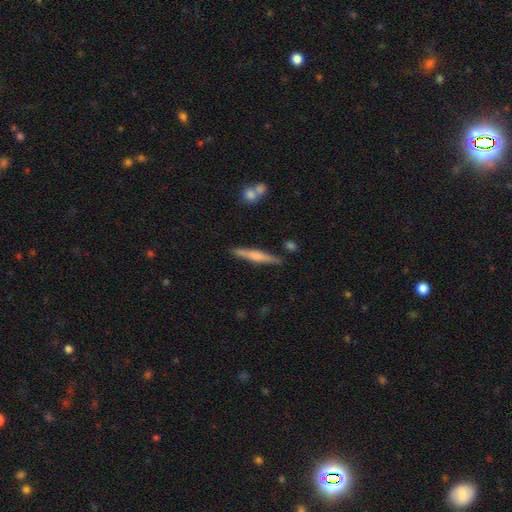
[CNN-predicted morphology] The model was most divided on "smooth or featured" (2-way tie): featured or disk: 47%, smooth: 47%, star or artifact: 6%. More confident: merging — none (86%).